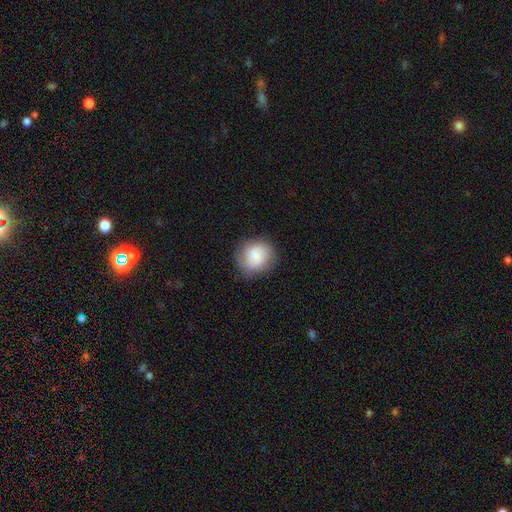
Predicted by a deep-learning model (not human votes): Smooth or featured? Predicted: smooth (p=0.72). How rounded? Predicted: round (p=0.85). Merging? Predicted: none (p=0.79).